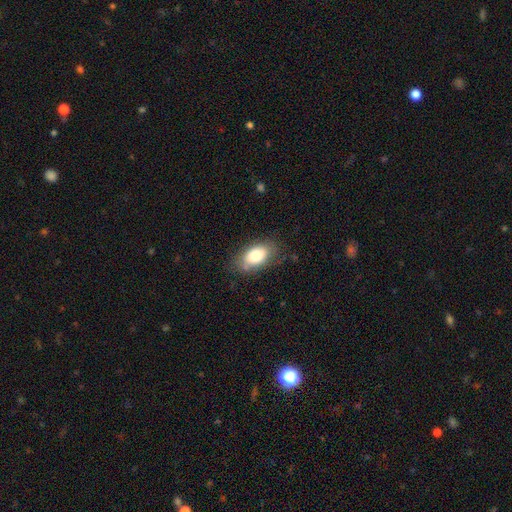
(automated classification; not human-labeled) The model was most divided on "merging": none: 74%, minor disturbance: 19%, major disturbance: 6%, merger: 2%. More confident: how rounded — in between (91%); smooth or featured — smooth (76%).